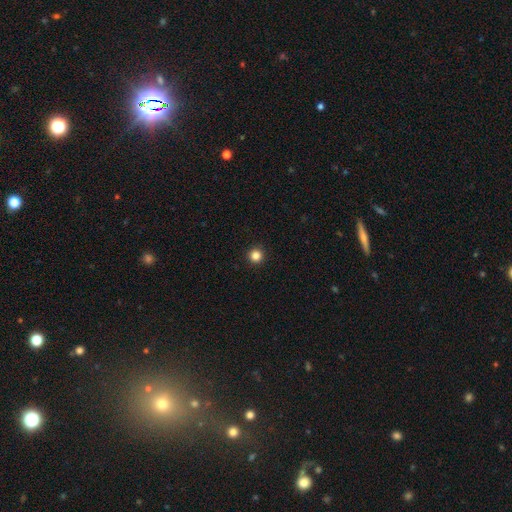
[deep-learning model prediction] Smooth or featured? smooth (85%)
How rounded? round (96%)
Merging? none (94%)